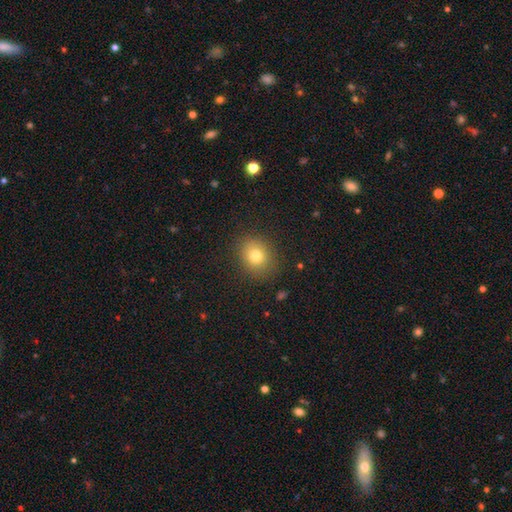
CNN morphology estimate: smooth-or-featured: smooth: 77% | star or artifact: 13% | featured or disk: 10%
  how-rounded: round: 67% | in between: 32% | cigar-shaped: 1%
  merging: none: 86% | minor disturbance: 10% | major disturbance: 3% | merger: 1%